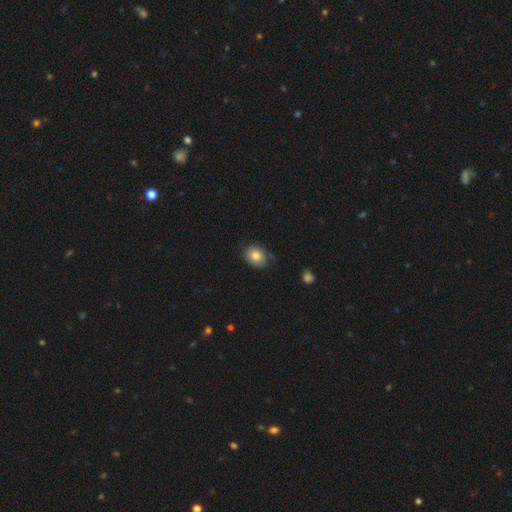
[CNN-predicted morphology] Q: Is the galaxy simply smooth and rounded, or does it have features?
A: smooth — 81%.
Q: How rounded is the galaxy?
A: in between — 54%.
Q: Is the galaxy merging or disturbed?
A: none — 73%.